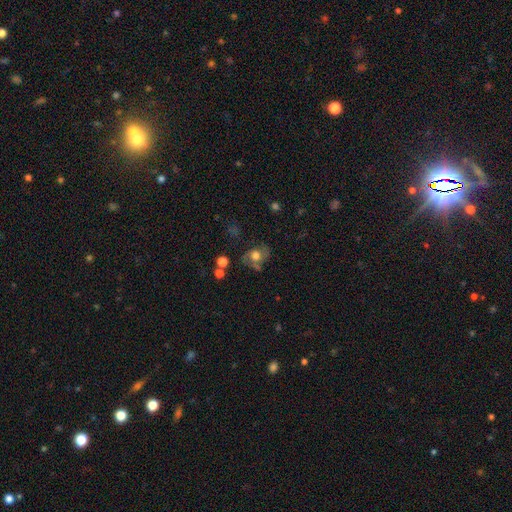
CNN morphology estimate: Overall: featured or disk (49%; smooth 40%). Merging: none (58%; minor disturbance 22%).